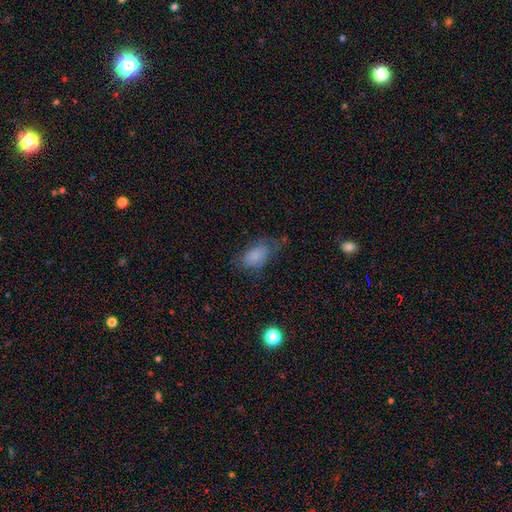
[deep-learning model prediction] A smooth galaxy with no disk features (74%) that is in between round and cigar-shaped (90%). Merging: none (50%).